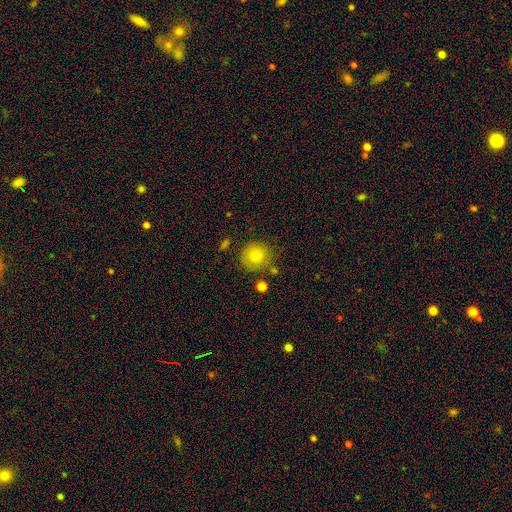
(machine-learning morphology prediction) smooth-or-featured: smooth: 78% | featured or disk: 11% | star or artifact: 11%
  how-rounded: round: 91% | in between: 9% | cigar-shaped: 1%
  merging: none: 80% | minor disturbance: 12% | merger: 5% | major disturbance: 3%